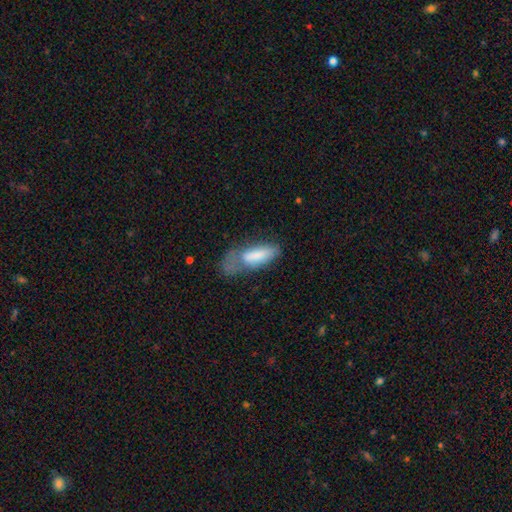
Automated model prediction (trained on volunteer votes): This is likely a smooth galaxy (74%). How rounded: likely in between (65%). Merging: marginally major disturbance (38%).